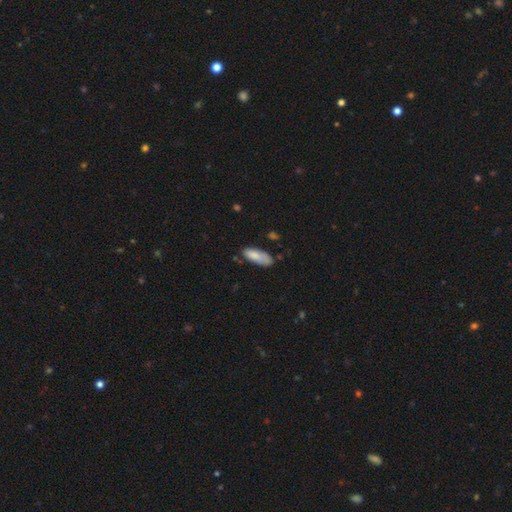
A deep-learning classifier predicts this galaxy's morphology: A smooth galaxy with no disk features (82%) that is in between round and cigar-shaped (77%).

Vote fractions:
- Smooth or featured? smooth: 82% / featured or disk: 12% / star or artifact: 7%
- How rounded? in between: 77% / cigar-shaped: 22% / round: 2%
- Merging? none: 58% / minor disturbance: 30% / major disturbance: 7% / merger: 5%